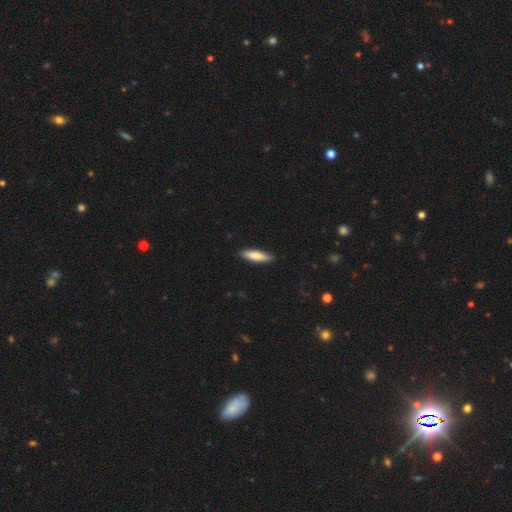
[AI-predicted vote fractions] smooth 80%, featured or disk 14%, star or artifact 5%. Down the decision tree: how rounded — cigar-shaped (71%); merging — none (87%).